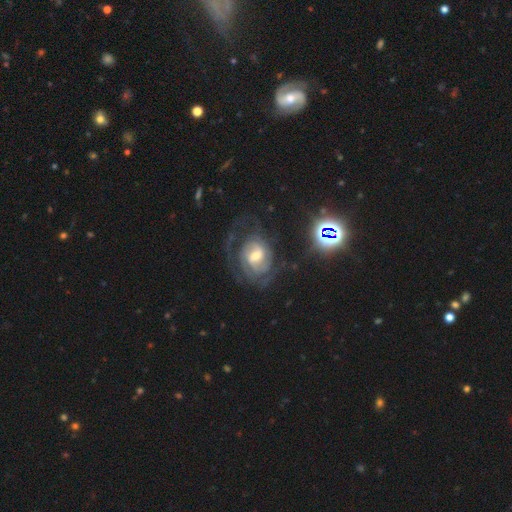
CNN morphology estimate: A featured or disk galaxy (83%) with a weak bar (57%), 2 (39%) tight (52%) spiral arms (95%) and a moderate central bulge (56%). Merging: none (58%).